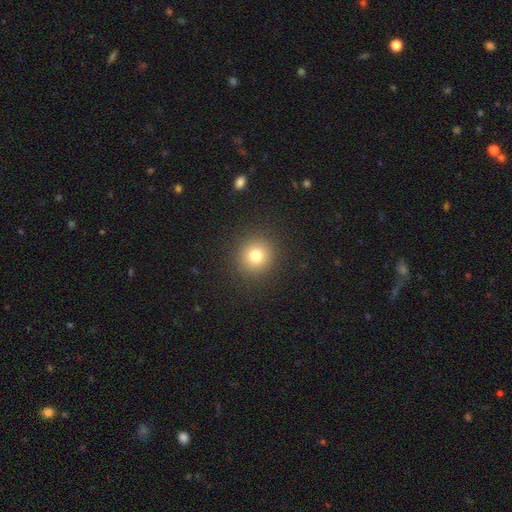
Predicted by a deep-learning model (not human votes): smooth 78%, star or artifact 13%, featured or disk 9%. Down the decision tree: how rounded — round (92%); merging — none (90%).